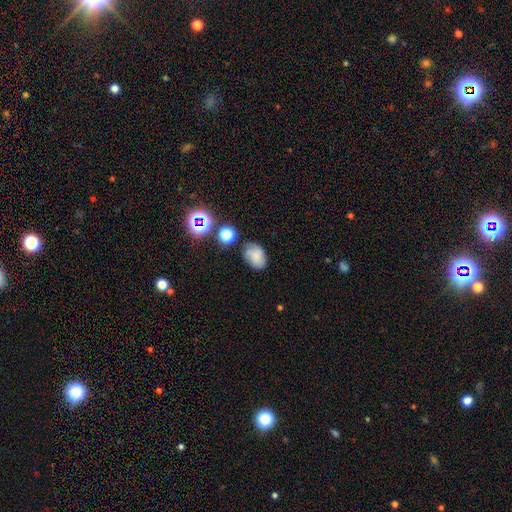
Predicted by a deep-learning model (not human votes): smooth-or-featured: smooth: 60% | featured or disk: 25% | star or artifact: 15%
  how-rounded: in between: 78% | round: 21% | cigar-shaped: 1%
  merging: none: 62% | minor disturbance: 23% | major disturbance: 8% | merger: 6%